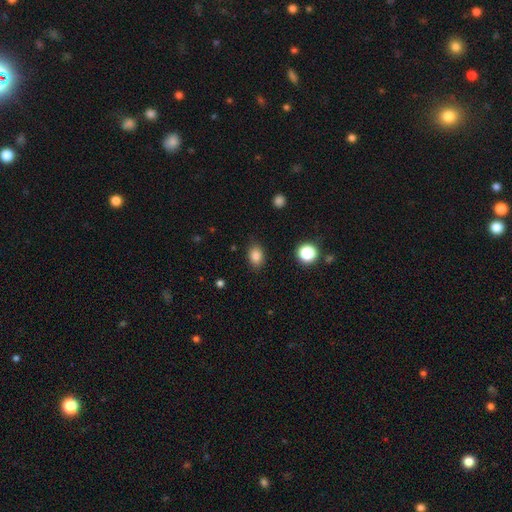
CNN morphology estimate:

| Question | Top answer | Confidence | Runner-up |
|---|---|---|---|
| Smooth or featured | smooth | 85% | star or artifact (11%) |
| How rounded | in between | 69% | round (30%) |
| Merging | none | 85% | minor disturbance (11%) |